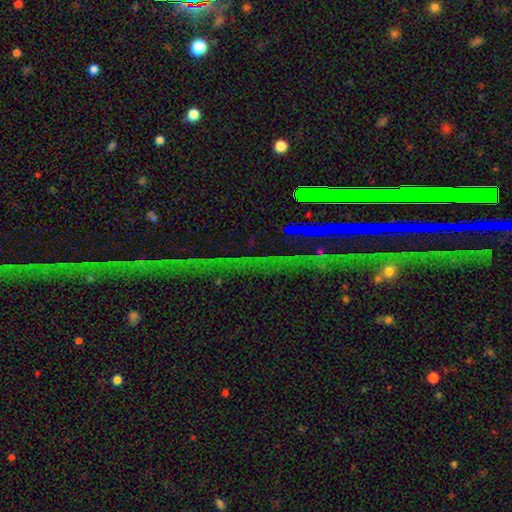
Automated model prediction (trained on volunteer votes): Smooth or featured? Predicted: star or artifact (p=0.76).